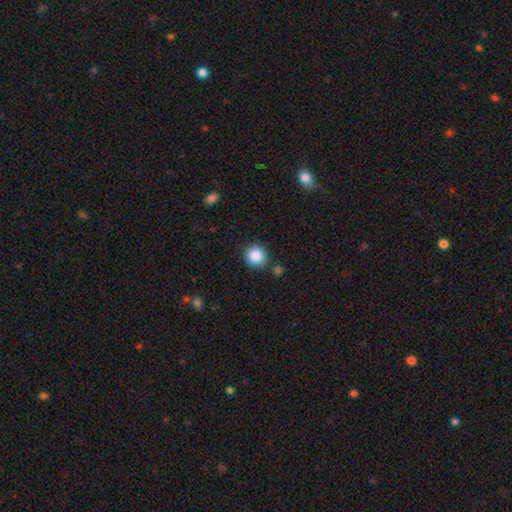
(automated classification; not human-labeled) A smooth galaxy with no disk features (87%) that is round (92%). Merging: none (84%).